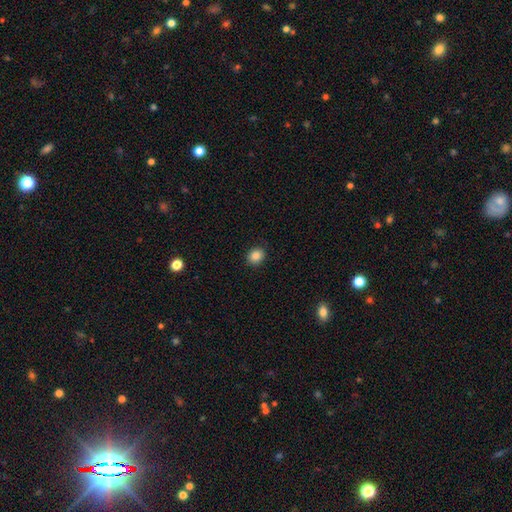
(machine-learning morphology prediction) Smooth or featured? smooth (87%)
How rounded? round (71%)
Merging? none (90%)